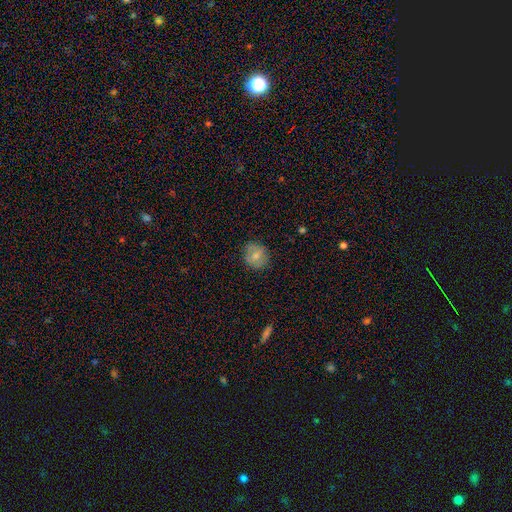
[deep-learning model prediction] A smooth galaxy with no disk features (70%) that is round (80%).

Vote fractions:
- Smooth or featured? smooth: 70% / featured or disk: 22% / star or artifact: 9%
- How rounded? round: 80% / in between: 19% / cigar-shaped: 1%
- Merging? none: 80% / minor disturbance: 15% / major disturbance: 4% / merger: 1%